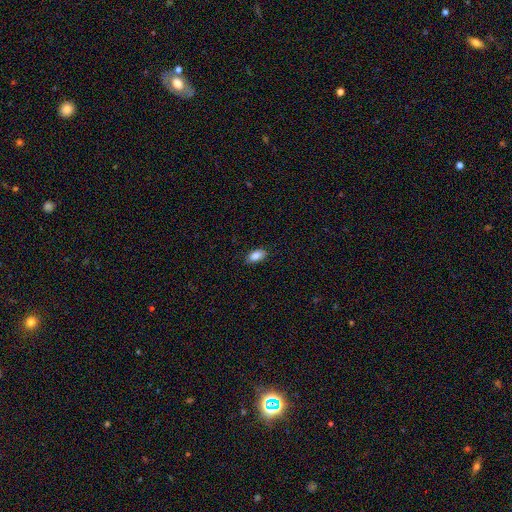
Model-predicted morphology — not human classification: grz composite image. It shows a smooth galaxy with no disk features (86%) that is in between round and cigar-shaped (91%). Merging: none (84%).